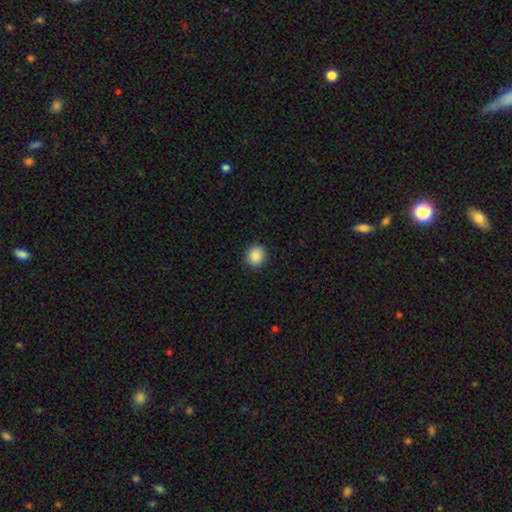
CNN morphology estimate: Smooth or featured?
  - smooth: 88% *
  - star or artifact: 9%
  - featured or disk: 3%
How rounded?
  - round: 84% *
  - in between: 15%
  - cigar-shaped: 1%
Merging?
  - none: 91% *
  - minor disturbance: 6%
  - major disturbance: 2%
  - merger: 1%